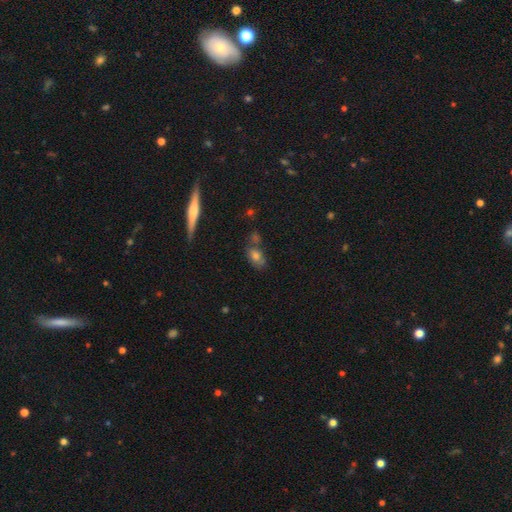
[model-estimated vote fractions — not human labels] Morphology: type=smooth (67%); roundness=in between (78%); merging=none (56%).